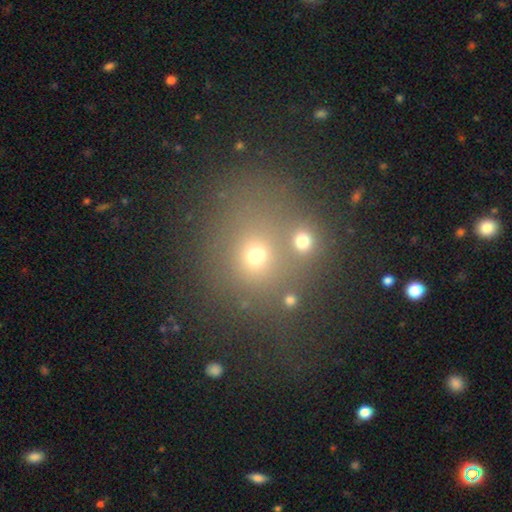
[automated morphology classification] type=smooth (59%); roundness=round (78%); merging=none (58%).